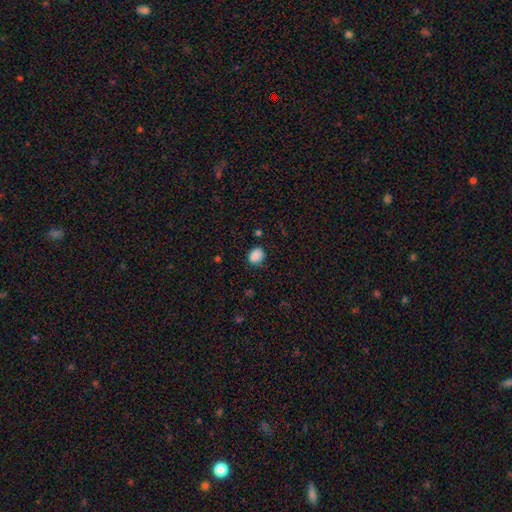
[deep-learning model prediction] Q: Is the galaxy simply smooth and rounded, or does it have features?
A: smooth — 86%.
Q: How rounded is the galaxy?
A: round — 55%.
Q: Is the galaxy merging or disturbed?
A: none — 76%.